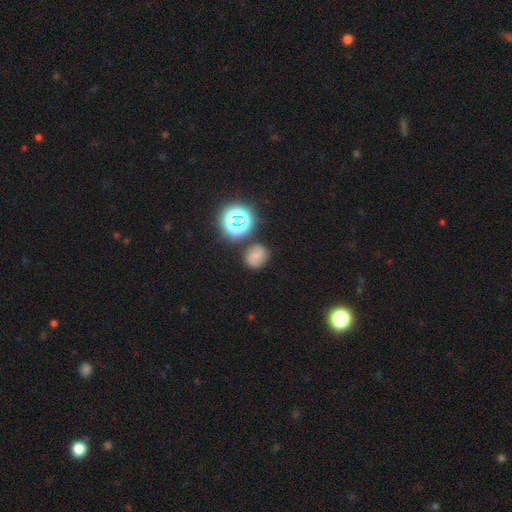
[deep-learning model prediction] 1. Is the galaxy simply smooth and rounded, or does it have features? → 53% smooth, 25% featured or disk, 23% star or artifact.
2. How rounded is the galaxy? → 74% round, 25% in between, 1% cigar-shaped.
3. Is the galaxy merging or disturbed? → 75% none, 14% minor disturbance, 7% merger, 4% major disturbance.